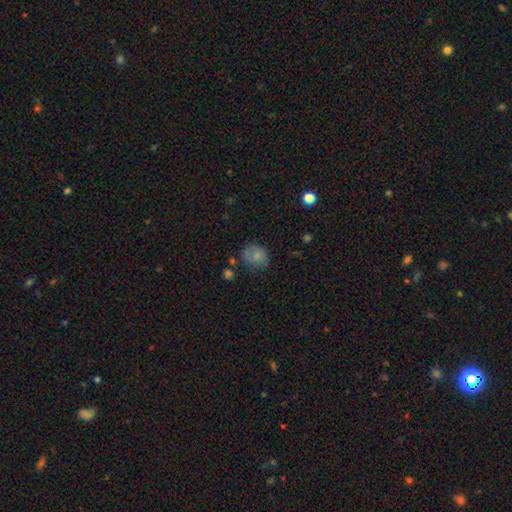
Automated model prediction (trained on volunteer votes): The model was most divided on "how rounded": round: 61%, in between: 38%, cigar-shaped: 1%. More confident: smooth or featured — smooth (77%); merging — none (62%).